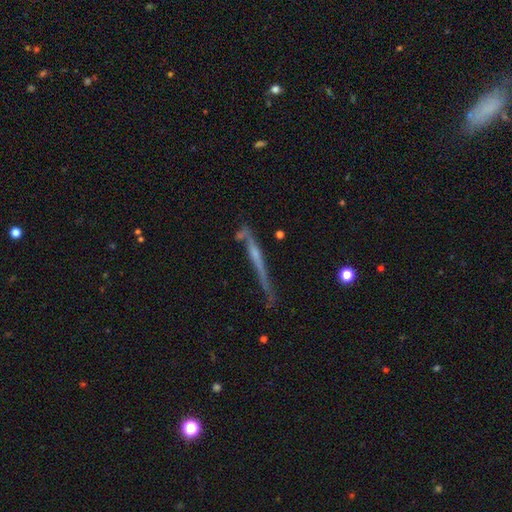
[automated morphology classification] smooth-or-featured: featured or disk: 64% | smooth: 27% | star or artifact: 9%
  disk-edge-on: yes: 90% | no: 10%
    edge-on-bulge: none: 60% | rounded: 32% | boxy: 9%
  merging: none: 53% | minor disturbance: 25% | major disturbance: 13% | merger: 8%